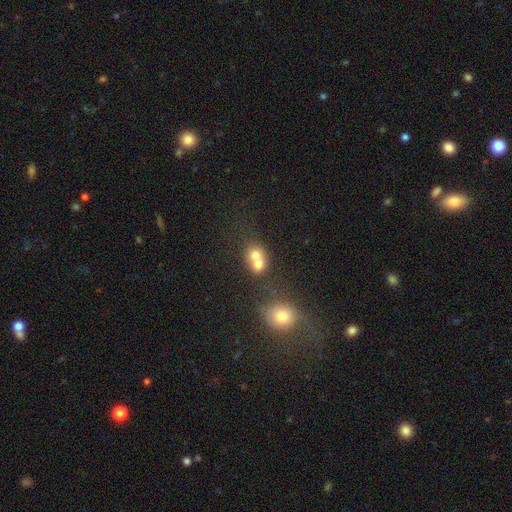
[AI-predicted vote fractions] The model was most divided on "how rounded": round: 66%, in between: 33%, cigar-shaped: 1%. More confident: smooth or featured — smooth (69%); merging — merger (66%).